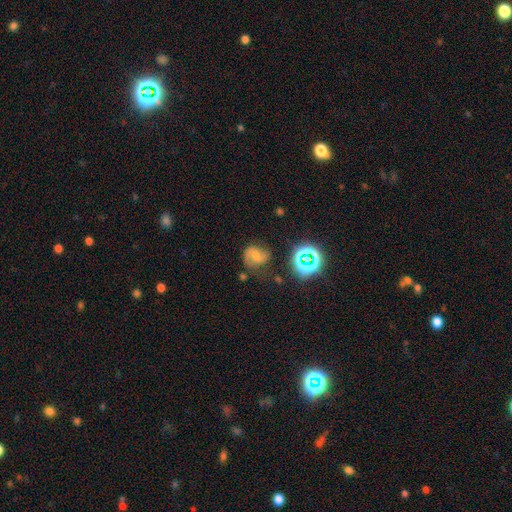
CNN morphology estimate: Q: Smooth or featured?
A: featured or disk (58%); runner-up: smooth (25%)
Q: Edge-on disk?
A: no (97%); runner-up: yes (3%)
Q: Bar?
A: weak (44%); runner-up: no (40%)
Q: Spiral arms?
A: yes (90%); runner-up: no (10%)
Q: Spiral winding?
A: medium (50%); runner-up: loose (28%)
Q: Spiral arm count?
A: 2 (84%); runner-up: can't tell (7%)
Q: Bulge size?
A: small (43%); runner-up: moderate (41%)
Q: Merging?
A: none (66%); runner-up: minor disturbance (21%)